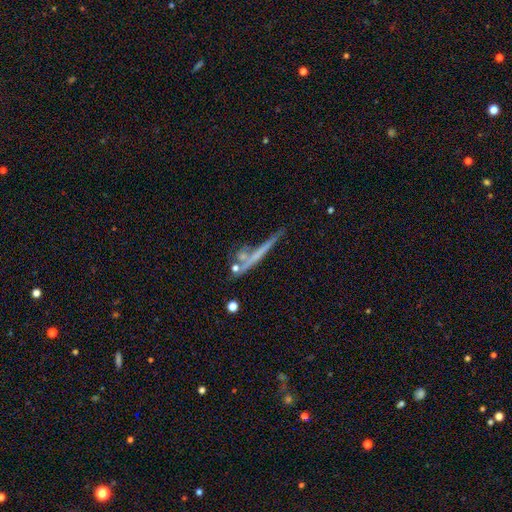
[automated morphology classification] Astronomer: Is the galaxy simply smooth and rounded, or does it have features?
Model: featured or disk — 51% (runner-up: smooth, 36%).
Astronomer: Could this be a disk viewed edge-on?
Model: yes — 80%.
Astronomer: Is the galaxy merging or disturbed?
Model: none — 49%.